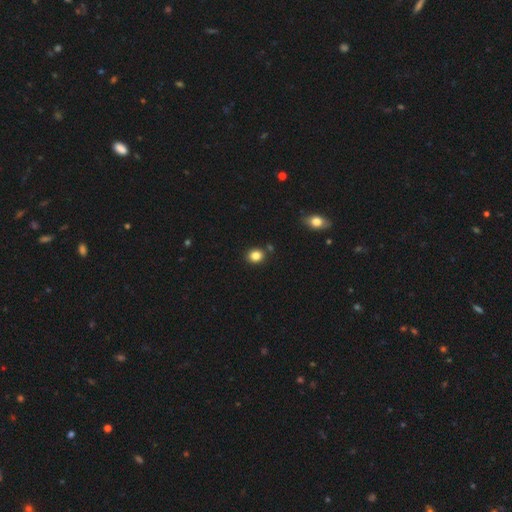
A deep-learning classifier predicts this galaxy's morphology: smooth_or_featured: smooth (p=0.84) [alt: star or artifact p=0.11]
how_rounded: round (p=0.68) [alt: in between p=0.31]
merging: none (p=0.84) [alt: minor disturbance p=0.09]